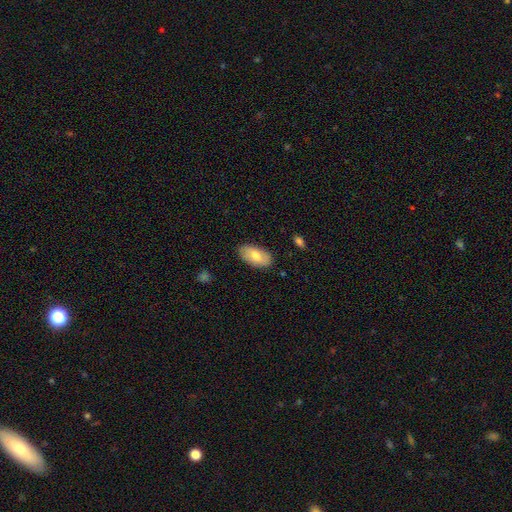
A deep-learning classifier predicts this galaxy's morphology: Smooth or featured? Predicted: smooth (p=0.69). How rounded? Predicted: in between (p=0.94). Merging? Predicted: none (p=0.85).